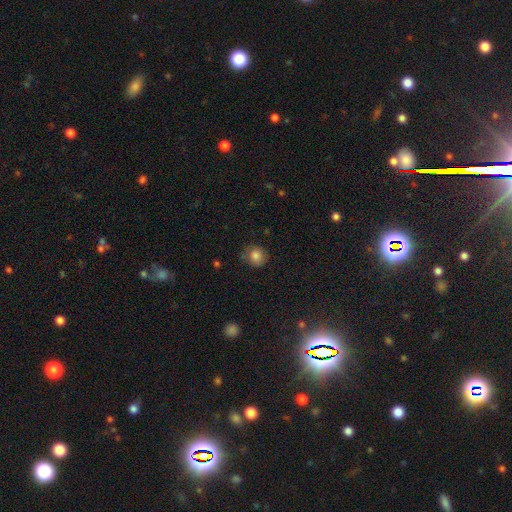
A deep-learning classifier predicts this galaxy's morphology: A smooth galaxy with no disk features (81%) that is round (86%). Merging: none (75%).